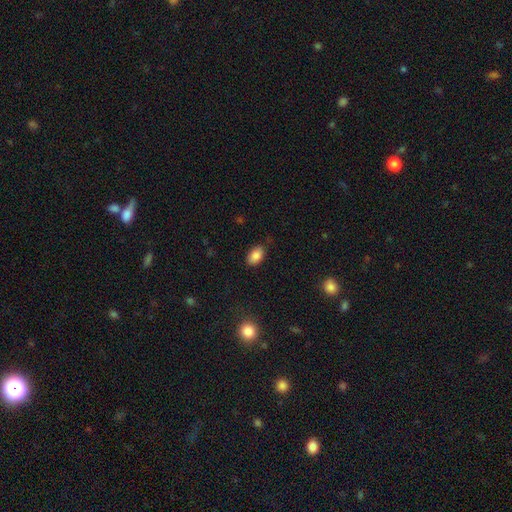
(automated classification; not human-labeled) Overall: smooth (86%). How rounded: in between (91%). Merging: none (83%).